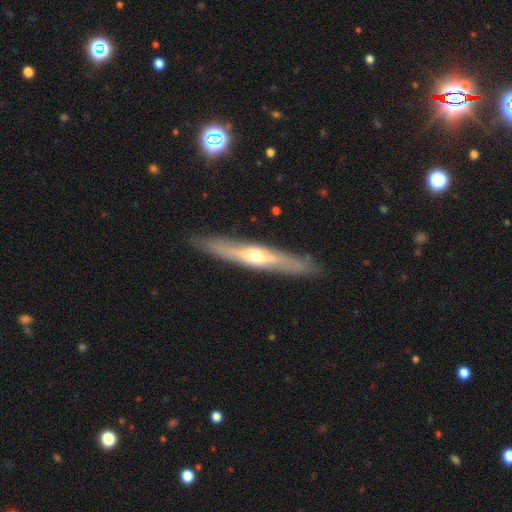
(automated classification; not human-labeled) smooth-or-featured: featured or disk: 68% | smooth: 26% | star or artifact: 6%
  disk-edge-on: yes: 88% | no: 12%
    edge-on-bulge: rounded: 80% | none: 18% | boxy: 3%
  merging: none: 88% | minor disturbance: 9% | major disturbance: 2% | merger: 1%